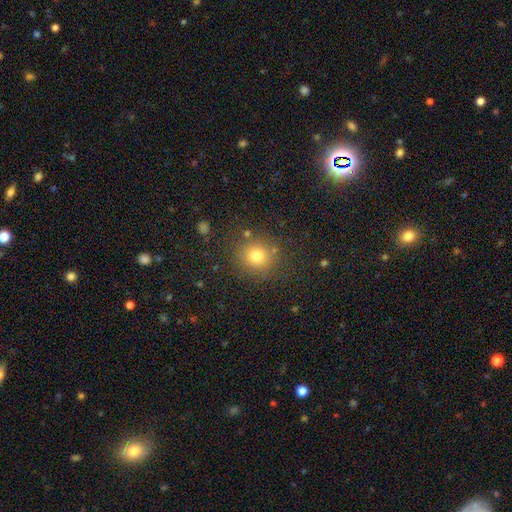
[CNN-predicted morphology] Smooth or featured? Predicted: smooth (p=0.73). How rounded? Predicted: round (p=0.90). Merging? Predicted: none (p=0.86).